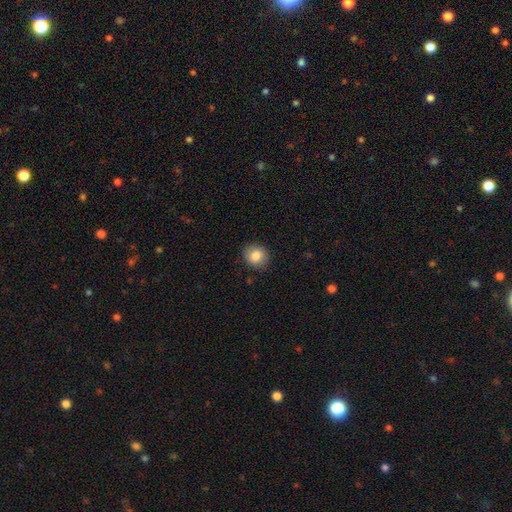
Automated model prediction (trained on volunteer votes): Smooth or featured? smooth (85%)
How rounded? round (81%)
Merging? none (86%)